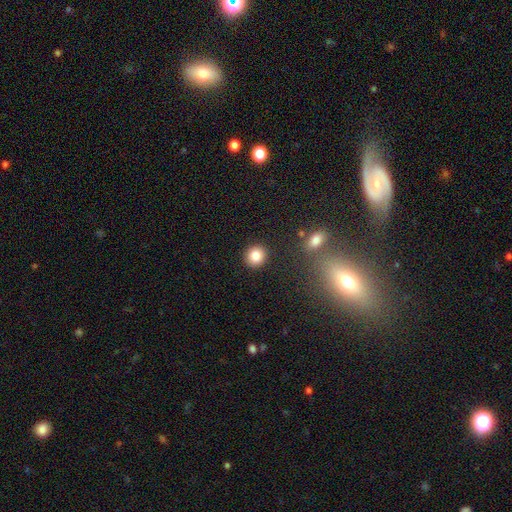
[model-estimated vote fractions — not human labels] Smooth or featured?
  - smooth: 84% *
  - star or artifact: 10%
  - featured or disk: 6%
How rounded?
  - round: 86% *
  - in between: 13%
  - cigar-shaped: 1%
Merging?
  - none: 90% *
  - minor disturbance: 6%
  - major disturbance: 2%
  - merger: 2%